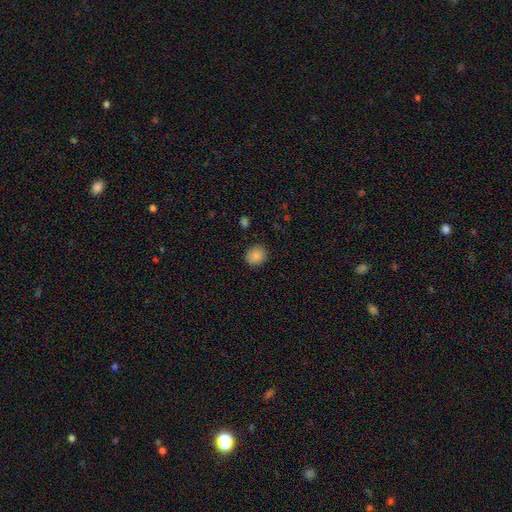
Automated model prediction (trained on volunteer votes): The model was most divided on "how rounded": round: 77%, in between: 22%, cigar-shaped: 1%. More confident: merging — none (89%); smooth or featured — smooth (87%).